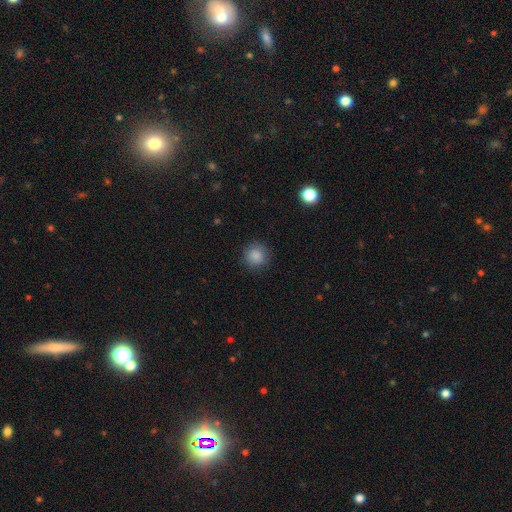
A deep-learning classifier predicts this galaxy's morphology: A smooth galaxy with no disk features (86%) that is round (91%). Merging: none (86%).